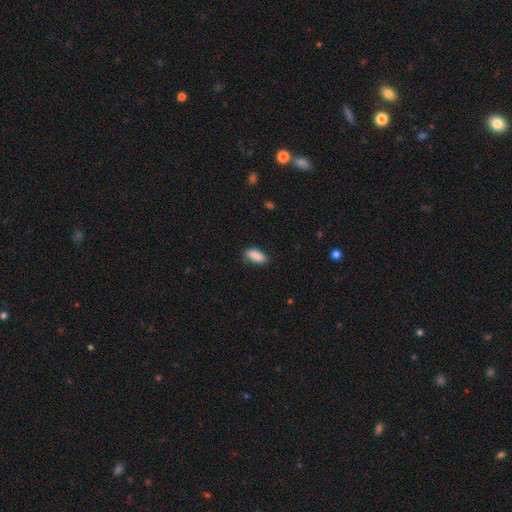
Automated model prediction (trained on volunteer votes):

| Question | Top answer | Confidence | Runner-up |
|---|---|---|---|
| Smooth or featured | smooth | 88% | star or artifact (7%) |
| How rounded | in between | 82% | cigar-shaped (16%) |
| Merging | none | 77% | minor disturbance (18%) |